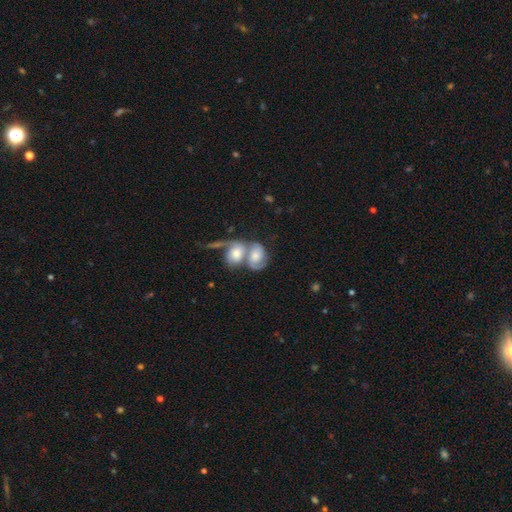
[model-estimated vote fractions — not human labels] Smooth or featured? featured or disk (64%)
Edge-on disk? no (97%)
Bar? no (64%)
Spiral arms? yes (88%)
Spiral winding? medium (44%)
Spiral arm count? 2 (70%)
Bulge size? moderate (48%)
Merging? merger (77%)